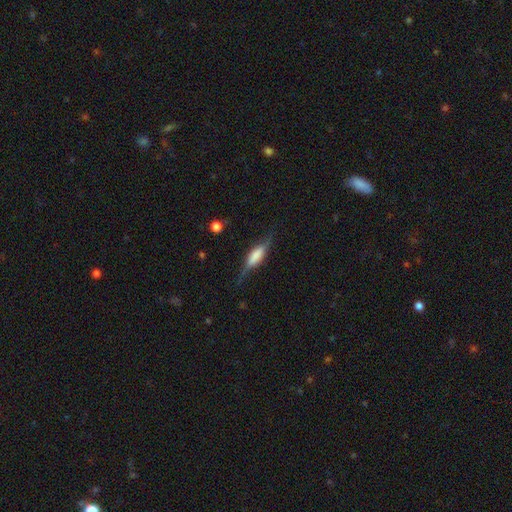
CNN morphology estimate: Smooth or featured? featured or disk (54%)
Edge-on disk? yes (89%)
Merging? none (66%)